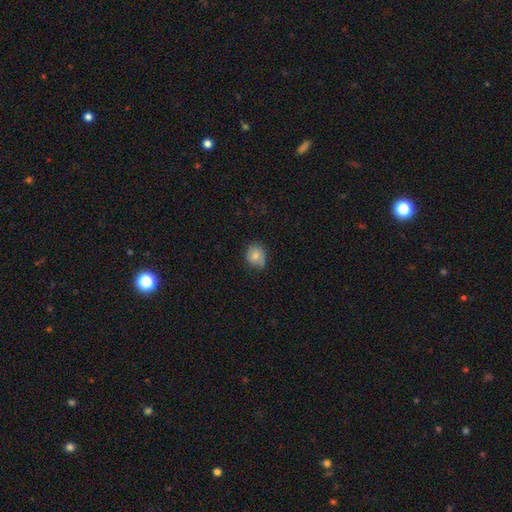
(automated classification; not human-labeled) smooth 78%, featured or disk 13%, star or artifact 9%. Down the decision tree: how rounded — round (75%); merging — none (68%).